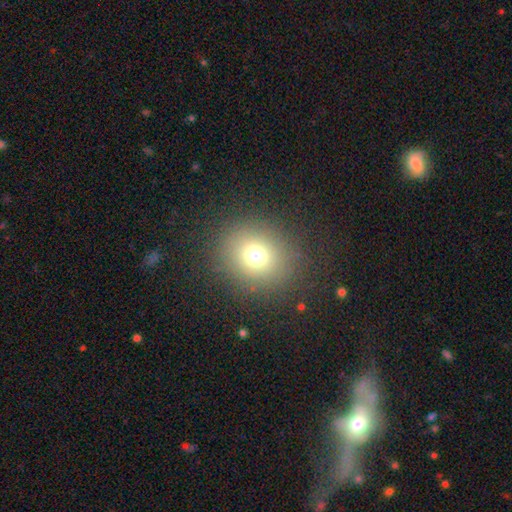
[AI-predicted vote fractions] Smooth or featured: smooth — 71% (star or artifact — 19%)
How rounded: round — 88% (in between — 11%)
Merging: none — 87% (minor disturbance — 7%)